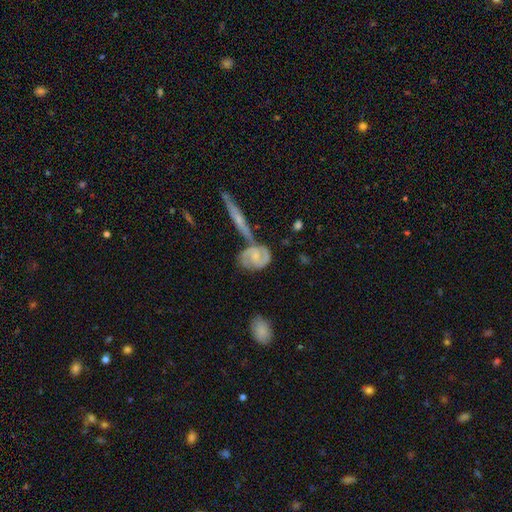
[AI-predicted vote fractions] Smooth or featured?
  - featured or disk: 78% *
  - smooth: 17%
  - star or artifact: 5%
Edge-on disk?
  - no: 95% *
  - yes: 5%
Bar?
  - no: 51% *
  - weak: 40%
  - strong: 10%
Spiral arms?
  - yes: 94% *
  - no: 6%
Spiral winding?
  - medium: 50% *
  - tight: 35%
  - loose: 15%
Spiral arm count?
  - 2: 84% *
  - can't tell: 7%
  - 3: 3%
  - 1: 3%
  - 4: 1%
  - more than 4: 1%
Bulge size?
  - small: 45% *
  - moderate: 30%
  - none: 21%
  - large: 3%
  - dominant: 1%
Merging?
  - none: 47% *
  - merger: 28%
  - minor disturbance: 17%
  - major disturbance: 8%